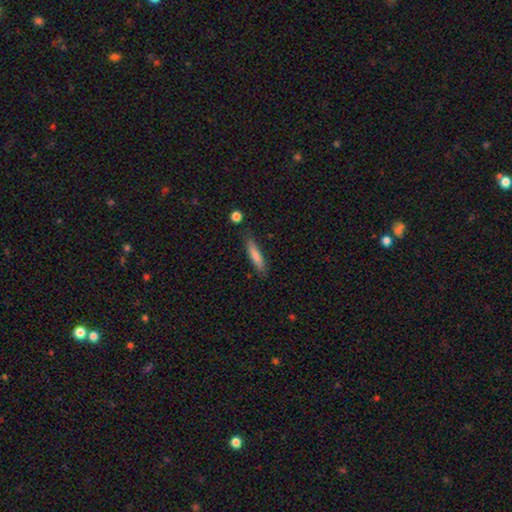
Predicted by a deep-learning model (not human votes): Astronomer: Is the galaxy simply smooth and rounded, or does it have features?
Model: smooth — 80%.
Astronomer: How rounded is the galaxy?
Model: cigar-shaped — 82%.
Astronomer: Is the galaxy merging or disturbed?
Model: none — 80%.